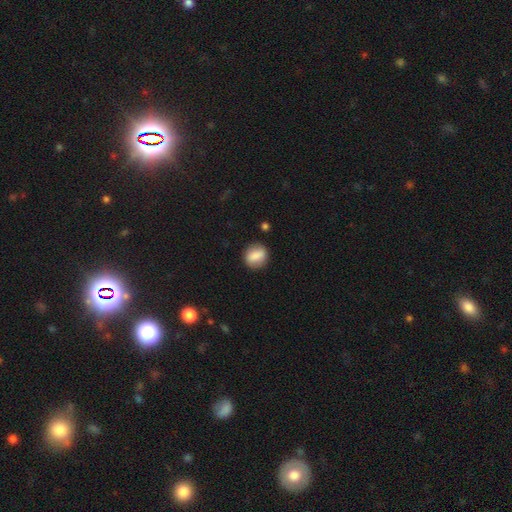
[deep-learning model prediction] smooth_or_featured: smooth (p=0.78) [alt: featured or disk p=0.15]
how_rounded: round (p=0.58) [alt: in between p=0.39]
merging: none (p=0.85) [alt: minor disturbance p=0.10]